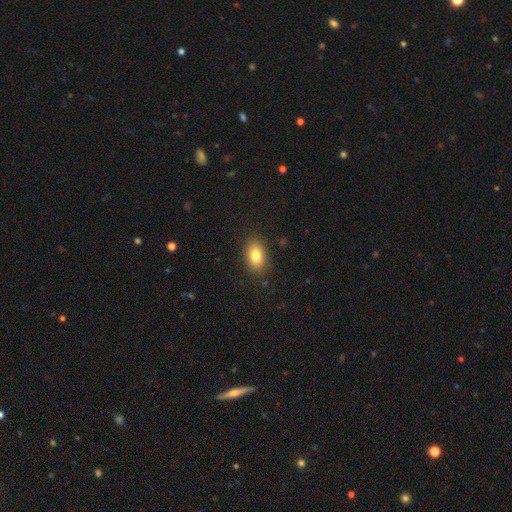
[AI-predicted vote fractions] A smooth galaxy with no disk features (80%) that is in between round and cigar-shaped (82%).

Vote fractions:
- Smooth or featured? smooth: 80% / featured or disk: 10% / star or artifact: 9%
- How rounded? in between: 82% / round: 16% / cigar-shaped: 2%
- Merging? none: 87% / minor disturbance: 10% / major disturbance: 3% / merger: 1%